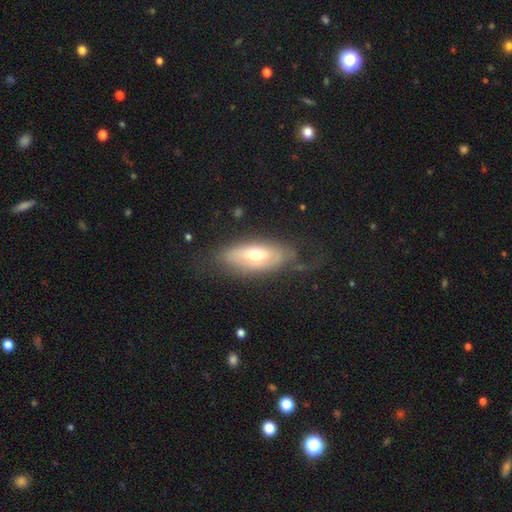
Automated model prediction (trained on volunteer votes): Q: Smooth or featured?
A: smooth (50%); runner-up: featured or disk (43%)
Q: How rounded?
A: in between (81%); runner-up: cigar-shaped (15%)
Q: Merging?
A: none (59%); runner-up: minor disturbance (24%)